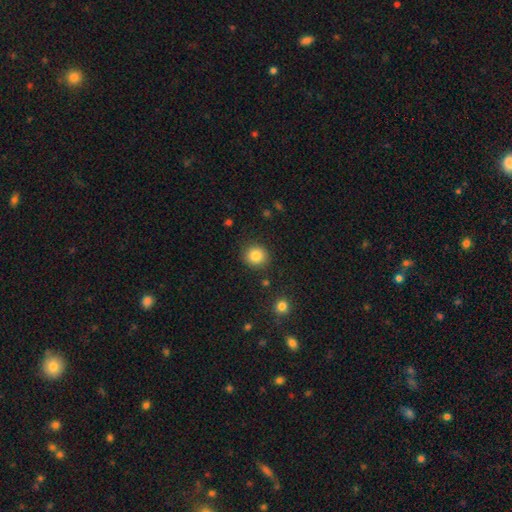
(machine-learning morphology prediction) This is clearly a smooth galaxy (85%). How rounded: clearly round (89%). Merging: clearly none (88%).